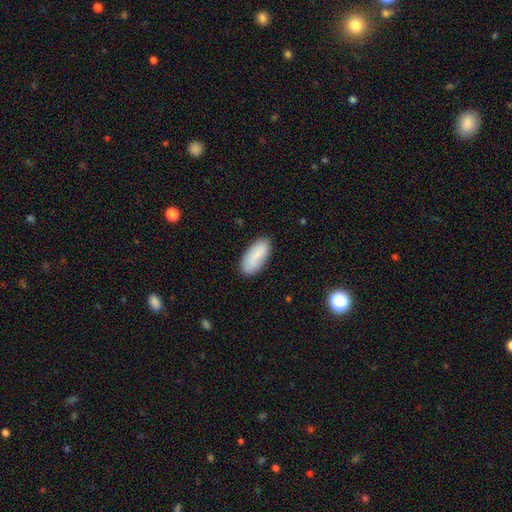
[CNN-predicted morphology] smooth 86%, featured or disk 7%, star or artifact 6%. Down the decision tree: how rounded — in between (88%); merging — none (83%).